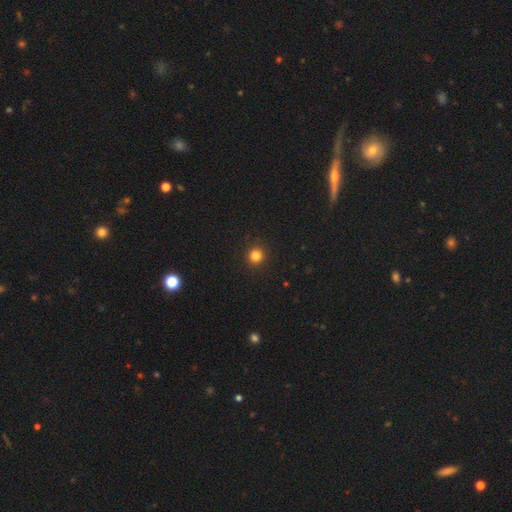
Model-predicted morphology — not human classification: Smooth or featured?
  - smooth: 82% *
  - star or artifact: 13%
  - featured or disk: 4%
How rounded?
  - round: 94% *
  - in between: 5%
  - cigar-shaped: 1%
Merging?
  - none: 93% *
  - minor disturbance: 4%
  - major disturbance: 2%
  - merger: 1%